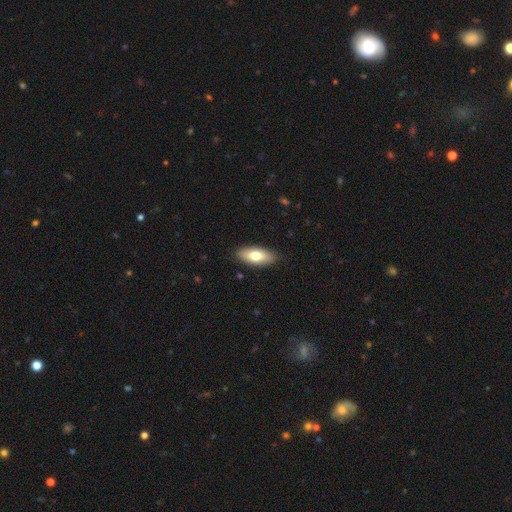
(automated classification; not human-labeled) smooth 72%, featured or disk 22%, star or artifact 6%. Down the decision tree: how rounded — in between (82%); merging — none (88%).